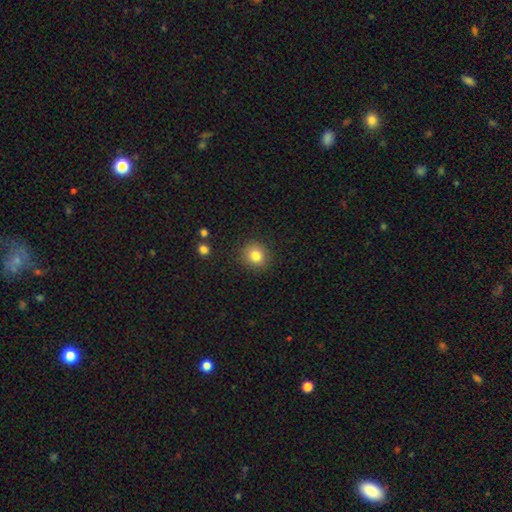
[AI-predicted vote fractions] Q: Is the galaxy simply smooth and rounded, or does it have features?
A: smooth — 82%.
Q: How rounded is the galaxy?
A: round — 88%.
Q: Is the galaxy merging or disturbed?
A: none — 89%.